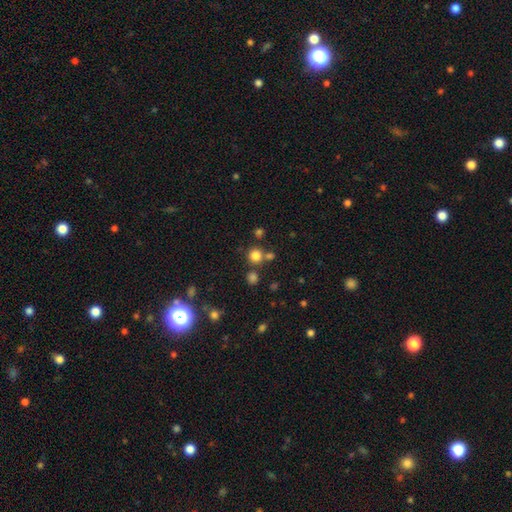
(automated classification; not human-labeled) Smooth or featured?
  - smooth: 78% *
  - star or artifact: 16%
  - featured or disk: 6%
How rounded?
  - round: 92% *
  - in between: 7%
  - cigar-shaped: 1%
Merging?
  - none: 73% *
  - merger: 17%
  - minor disturbance: 7%
  - major disturbance: 3%